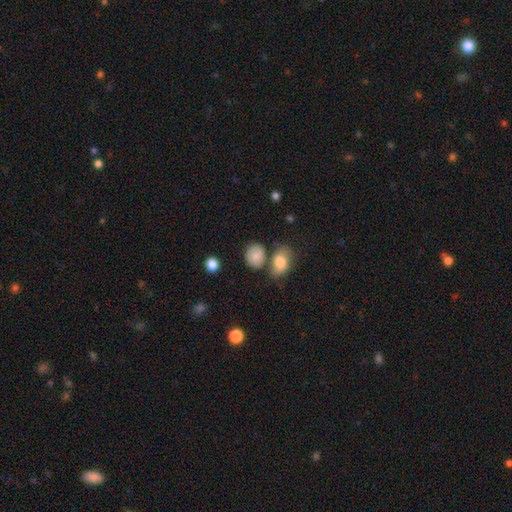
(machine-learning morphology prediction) A smooth galaxy with no disk features (84%) that is round (52%).

Vote fractions:
- Smooth or featured? smooth: 84% / star or artifact: 8% / featured or disk: 7%
- How rounded? round: 52% / in between: 47% / cigar-shaped: 1%
- Merging? none: 62% / merger: 18% / minor disturbance: 16% / major disturbance: 5%